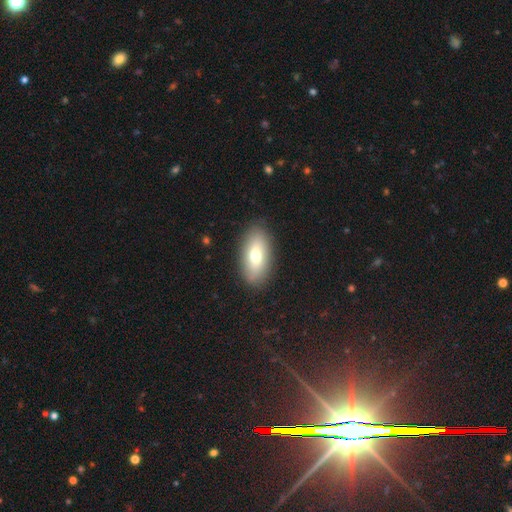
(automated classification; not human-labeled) Q: Smooth or featured?
A: smooth (70%); runner-up: featured or disk (22%)
Q: How rounded?
A: in between (89%); runner-up: cigar-shaped (6%)
Q: Merging?
A: none (87%); runner-up: minor disturbance (9%)